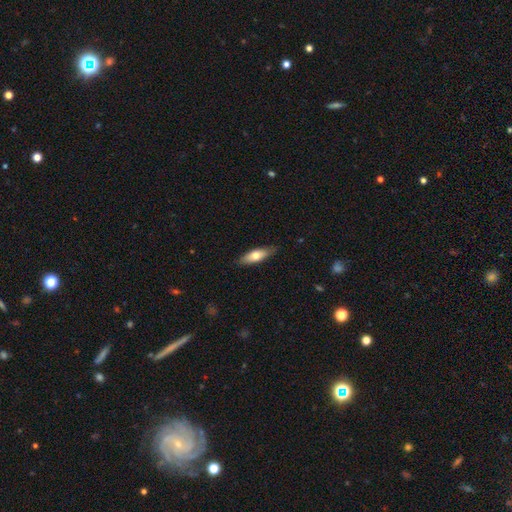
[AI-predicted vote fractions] A smooth galaxy with no disk features (64%) that is in between round and cigar-shaped (55%). Merging: none (83%).